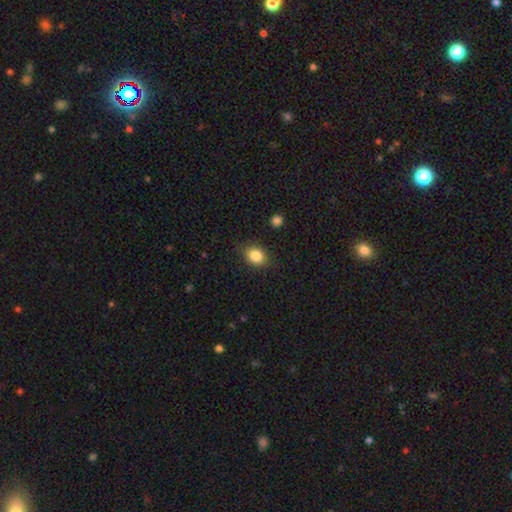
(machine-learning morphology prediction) A smooth galaxy with no disk features (85%) that is round (50%).

Vote fractions:
- Smooth or featured? smooth: 85% / star or artifact: 10% / featured or disk: 6%
- How rounded? round: 50% / in between: 49% / cigar-shaped: 1%
- Merging? none: 83% / minor disturbance: 12% / major disturbance: 3% / merger: 2%